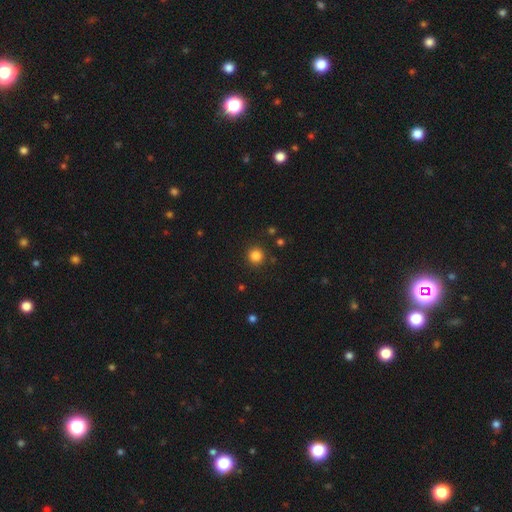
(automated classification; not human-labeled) Smooth or featured: smooth — 83% (star or artifact — 13%)
How rounded: round — 95% (in between — 4%)
Merging: none — 91% (minor disturbance — 5%)